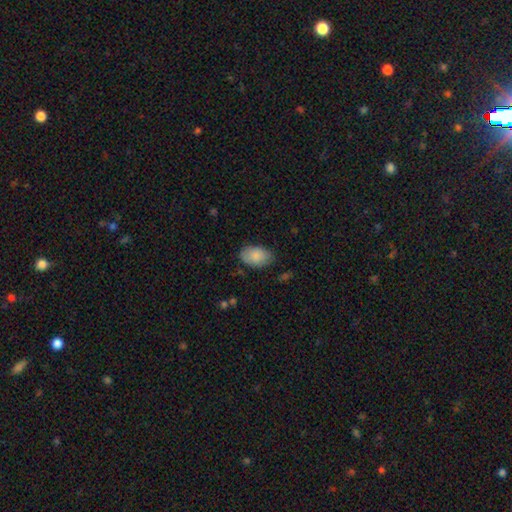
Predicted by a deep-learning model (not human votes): Smooth or featured? Predicted: smooth (p=0.86). How rounded? Predicted: in between (p=0.90). Merging? Predicted: none (p=0.78).